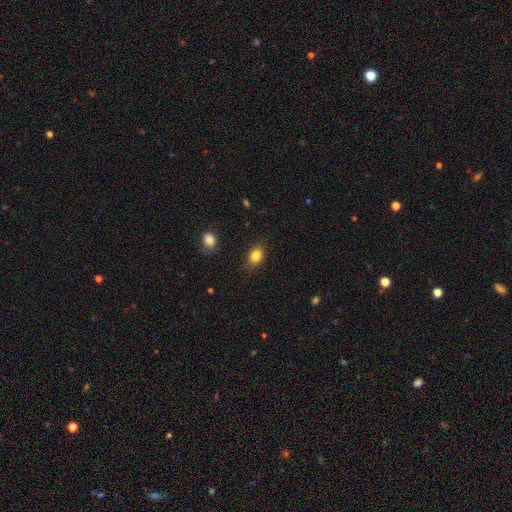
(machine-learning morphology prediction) type=smooth (83%); roundness=in between (71%); merging=none (82%).